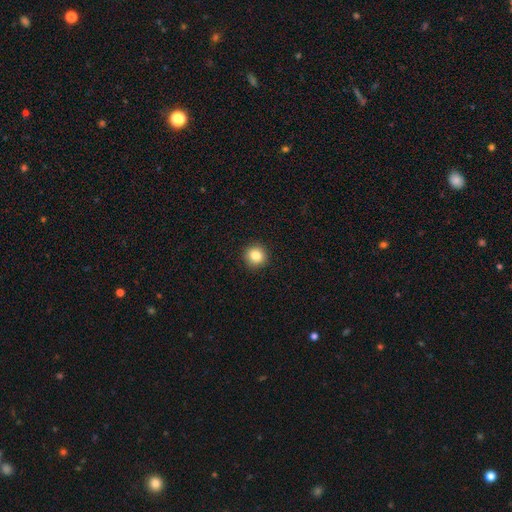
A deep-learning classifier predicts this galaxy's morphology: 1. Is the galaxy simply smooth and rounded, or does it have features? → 84% smooth, 10% star or artifact, 6% featured or disk.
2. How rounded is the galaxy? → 93% round, 6% in between, 1% cigar-shaped.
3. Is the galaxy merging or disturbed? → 92% none, 5% minor disturbance, 2% major disturbance, 1% merger.